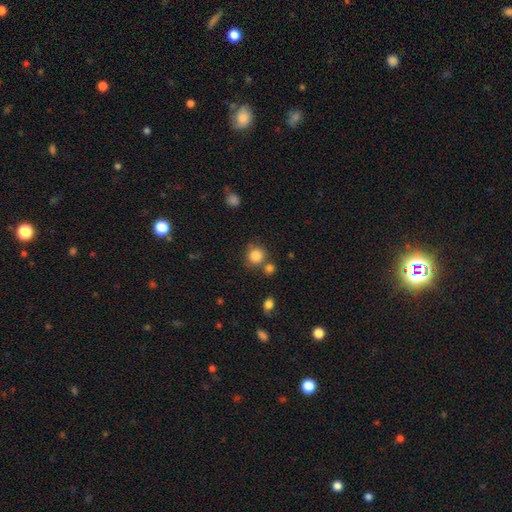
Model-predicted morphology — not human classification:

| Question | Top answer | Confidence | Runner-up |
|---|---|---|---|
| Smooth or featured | smooth | 84% | star or artifact (11%) |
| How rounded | round | 89% | in between (10%) |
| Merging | none | 68% | merger (16%) |